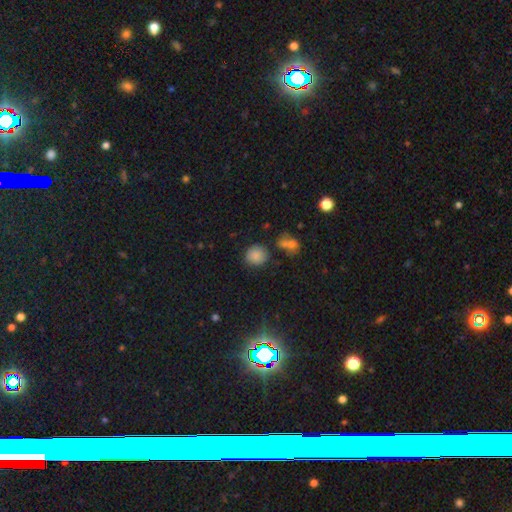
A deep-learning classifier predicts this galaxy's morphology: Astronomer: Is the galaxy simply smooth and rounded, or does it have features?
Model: smooth — 83%.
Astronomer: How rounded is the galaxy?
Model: round — 85%.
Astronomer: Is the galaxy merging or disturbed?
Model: none — 76%.